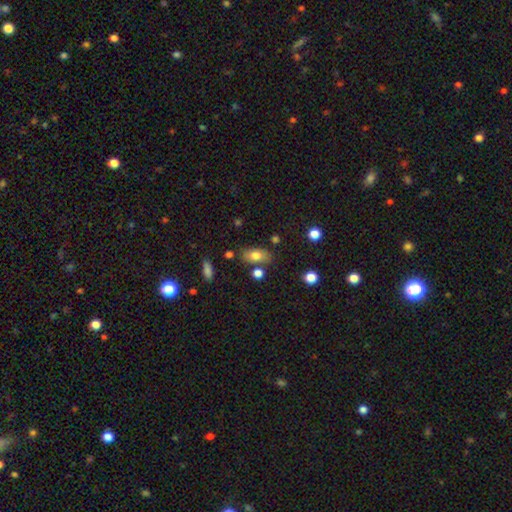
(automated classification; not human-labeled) Overall: smooth (76%). How rounded: in between (87%). Merging: none (74%).